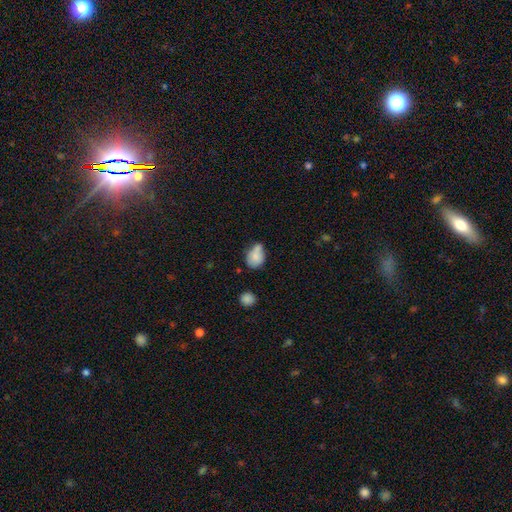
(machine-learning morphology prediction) smooth-or-featured: smooth: 77% | featured or disk: 15% | star or artifact: 9%
  how-rounded: in between: 58% | round: 40% | cigar-shaped: 1%
  merging: none: 37% | merger: 27% | minor disturbance: 27% | major disturbance: 8%